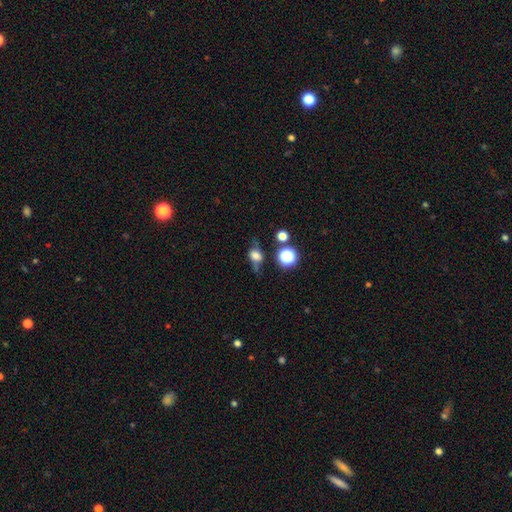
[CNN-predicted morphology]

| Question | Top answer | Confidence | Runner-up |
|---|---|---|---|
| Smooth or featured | smooth | 56% | featured or disk (29%) |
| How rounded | in between | 48% | round (47%) |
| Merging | none | 49% | minor disturbance (26%) |